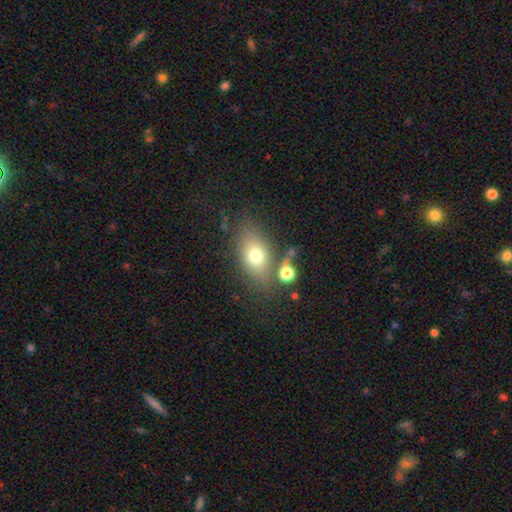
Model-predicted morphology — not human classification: Smooth or featured? Predicted: smooth (p=0.70). How rounded? Predicted: in between (p=0.77). Merging? Predicted: none (p=0.64).